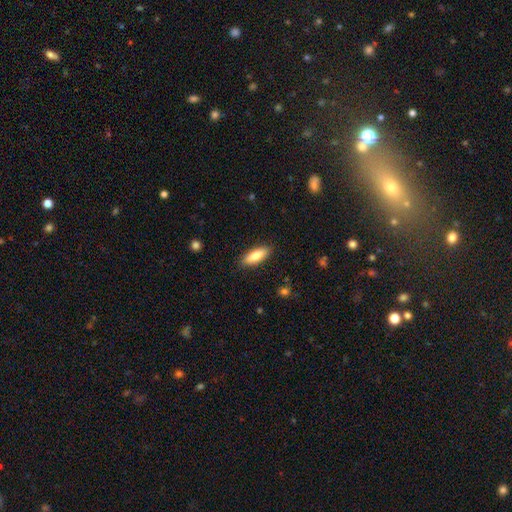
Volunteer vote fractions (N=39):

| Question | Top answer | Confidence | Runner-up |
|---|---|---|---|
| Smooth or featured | smooth | 85% | featured or disk (13%) |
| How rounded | in between | 73% | cigar-shaped (27%) |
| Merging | none | 87% | minor disturbance (13%) |